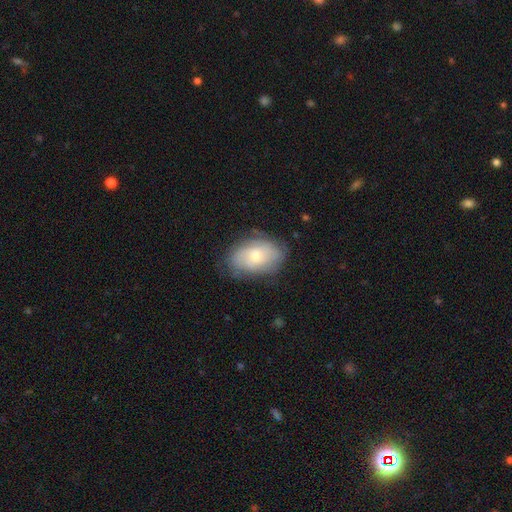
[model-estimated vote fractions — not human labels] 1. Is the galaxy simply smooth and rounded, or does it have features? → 48% featured or disk, 44% smooth, 8% star or artifact.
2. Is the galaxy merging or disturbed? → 73% none, 20% minor disturbance, 6% major disturbance, 1% merger.